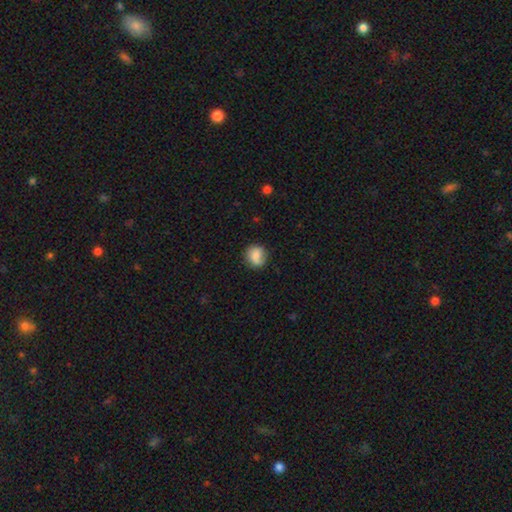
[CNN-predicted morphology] Q: Smooth or featured?
A: smooth (75%); runner-up: featured or disk (17%)
Q: How rounded?
A: round (81%); runner-up: in between (18%)
Q: Merging?
A: none (70%); runner-up: minor disturbance (21%)